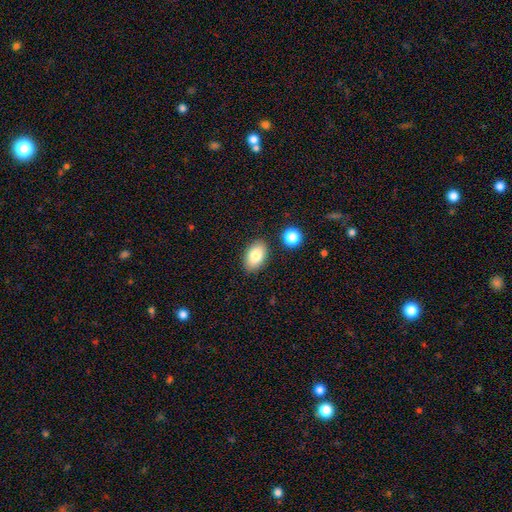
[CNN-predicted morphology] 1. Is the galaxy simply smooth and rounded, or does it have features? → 82% smooth, 10% featured or disk, 8% star or artifact.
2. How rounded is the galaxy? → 91% in between, 7% round, 1% cigar-shaped.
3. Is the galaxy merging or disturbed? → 86% none, 9% minor disturbance, 3% merger, 2% major disturbance.